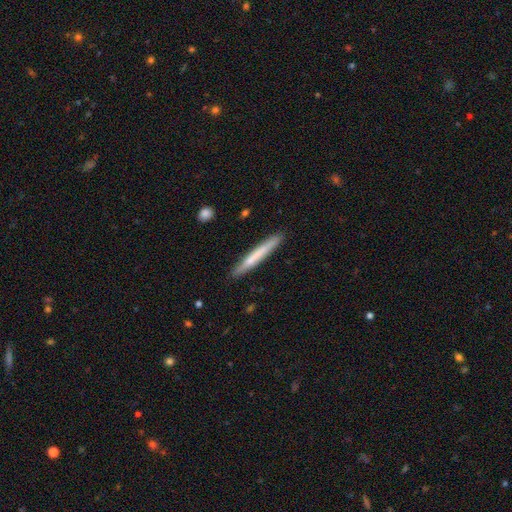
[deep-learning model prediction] smooth-or-featured: smooth: 65% | featured or disk: 30% | star or artifact: 6%
  how-rounded: cigar-shaped: 97% | in between: 2% | round: 1%
  merging: none: 89% | minor disturbance: 8% | major disturbance: 1% | merger: 1%